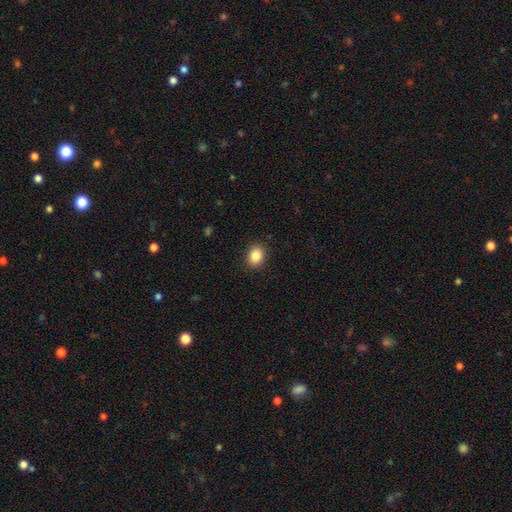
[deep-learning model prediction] A smooth galaxy with no disk features (86%) that is in between round and cigar-shaped (52%). Merging: none (89%).